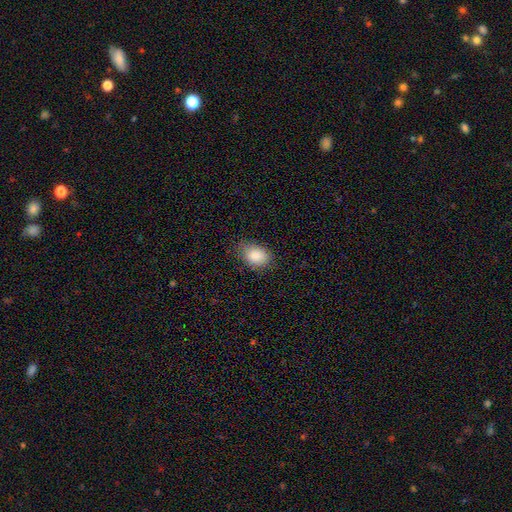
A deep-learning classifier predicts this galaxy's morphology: smooth_or_featured: smooth (p=0.87) [alt: star or artifact p=0.08]
how_rounded: in between (p=0.79) [alt: round p=0.20]
merging: none (p=0.75) [alt: minor disturbance p=0.20]